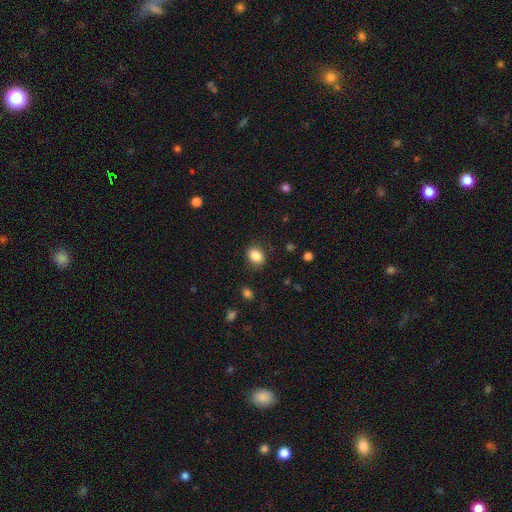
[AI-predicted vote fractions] Smooth or featured?
  - smooth: 85% *
  - star or artifact: 9%
  - featured or disk: 5%
How rounded?
  - in between: 51% *
  - round: 48%
  - cigar-shaped: 1%
Merging?
  - none: 85% *
  - minor disturbance: 10%
  - major disturbance: 3%
  - merger: 1%